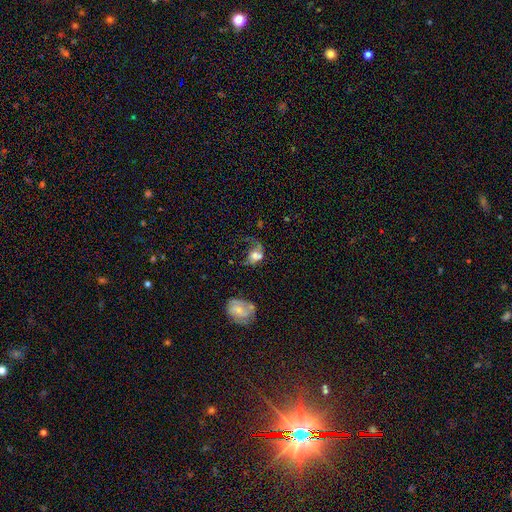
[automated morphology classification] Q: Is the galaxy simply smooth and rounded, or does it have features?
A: smooth — 51%.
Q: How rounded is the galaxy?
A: in between — 57%.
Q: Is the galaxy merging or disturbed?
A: major disturbance — 42%.